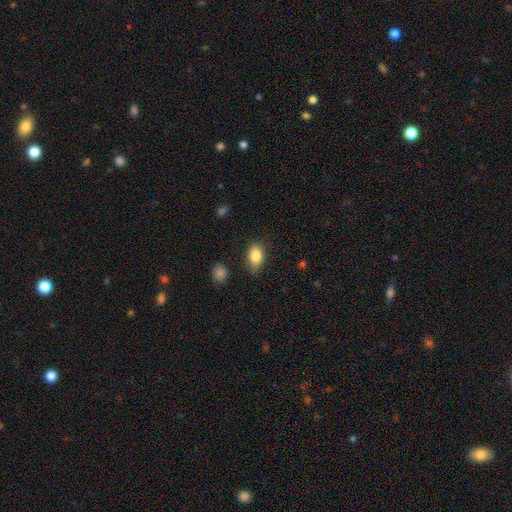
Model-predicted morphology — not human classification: A smooth galaxy with no disk features (85%) that is in between round and cigar-shaped (87%).

Vote fractions:
- Smooth or featured? smooth: 85% / star or artifact: 8% / featured or disk: 7%
- How rounded? in between: 87% / round: 10% / cigar-shaped: 2%
- Merging? none: 77% / minor disturbance: 17% / major disturbance: 4% / merger: 2%